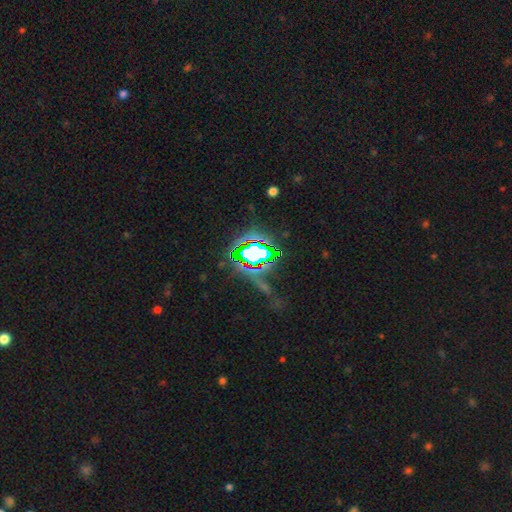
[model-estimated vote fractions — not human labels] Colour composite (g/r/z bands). It shows a star or artifact, not a galaxy (83%).